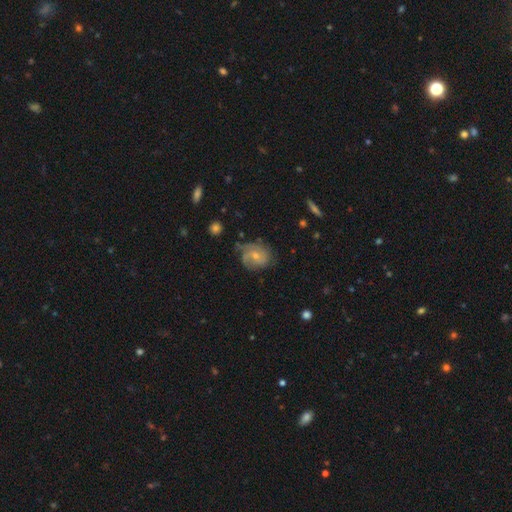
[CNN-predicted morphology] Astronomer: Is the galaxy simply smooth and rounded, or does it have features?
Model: featured or disk — 50% (runner-up: smooth, 42%).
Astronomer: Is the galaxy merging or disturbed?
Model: none — 53% (runner-up: minor disturbance, 29%).